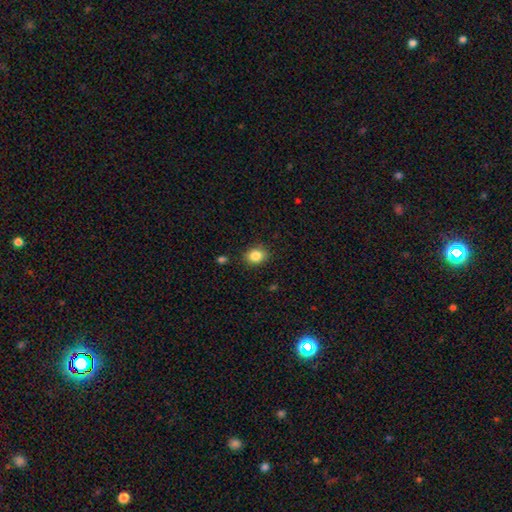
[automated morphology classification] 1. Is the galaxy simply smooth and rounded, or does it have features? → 85% smooth, 10% star or artifact, 5% featured or disk.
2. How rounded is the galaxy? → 54% in between, 45% round, 1% cigar-shaped.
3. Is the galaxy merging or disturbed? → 86% none, 10% minor disturbance, 2% major disturbance, 2% merger.